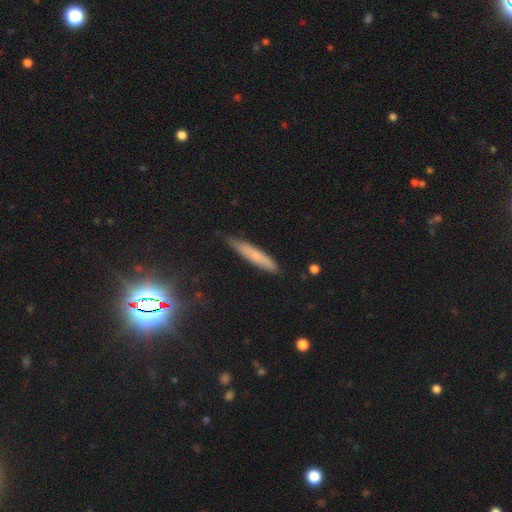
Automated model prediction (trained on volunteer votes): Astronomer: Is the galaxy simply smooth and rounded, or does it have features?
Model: smooth — 68%.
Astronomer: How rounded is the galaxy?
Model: cigar-shaped — 92%.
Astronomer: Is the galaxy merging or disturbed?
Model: none — 82%.